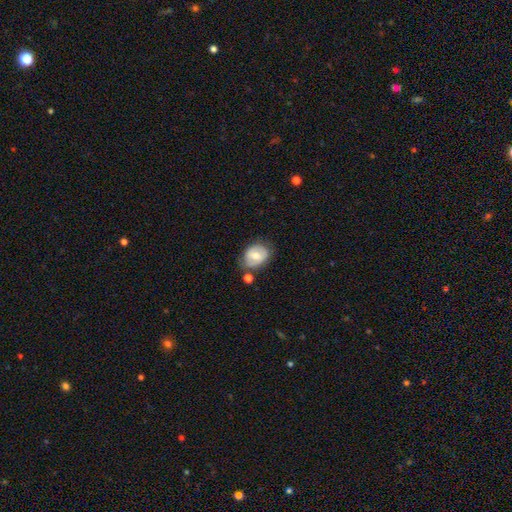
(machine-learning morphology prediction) A smooth galaxy with no disk features (57%) that is in between round and cigar-shaped (61%).

Vote fractions:
- Smooth or featured? smooth: 57% / featured or disk: 36% / star or artifact: 8%
- How rounded? in between: 61% / round: 38% / cigar-shaped: 1%
- Merging? none: 63% / minor disturbance: 22% / merger: 9% / major disturbance: 6%